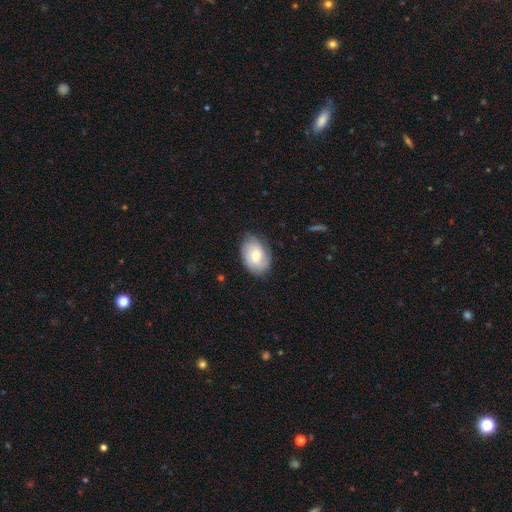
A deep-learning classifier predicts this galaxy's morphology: Overall: smooth (49%; featured or disk 44%). Merging: none (78%).